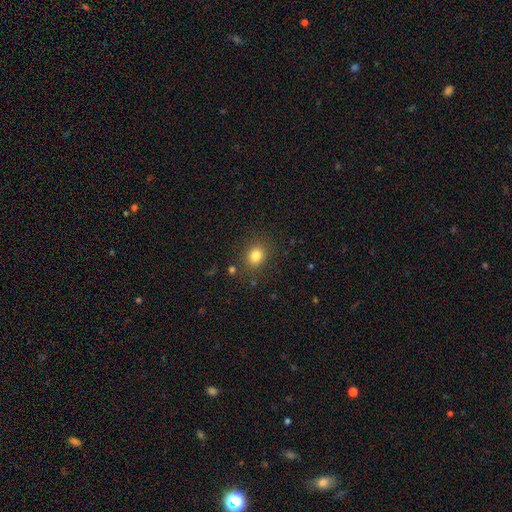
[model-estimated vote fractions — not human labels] Smooth or featured? smooth (81%)
How rounded? round (66%)
Merging? none (84%)